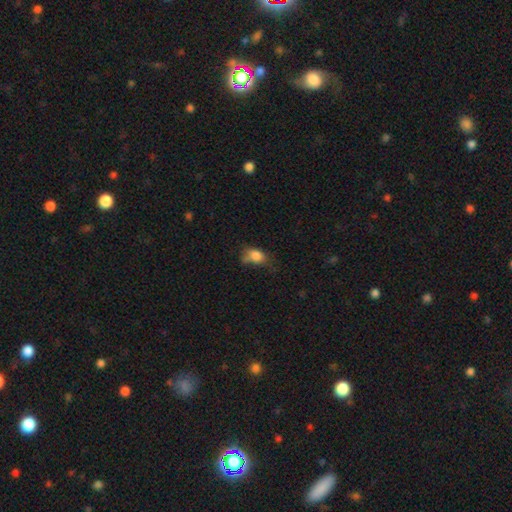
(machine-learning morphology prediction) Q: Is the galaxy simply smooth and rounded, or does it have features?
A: smooth — 79%.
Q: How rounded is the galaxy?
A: in between — 74%.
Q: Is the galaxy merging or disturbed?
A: minor disturbance — 35%.